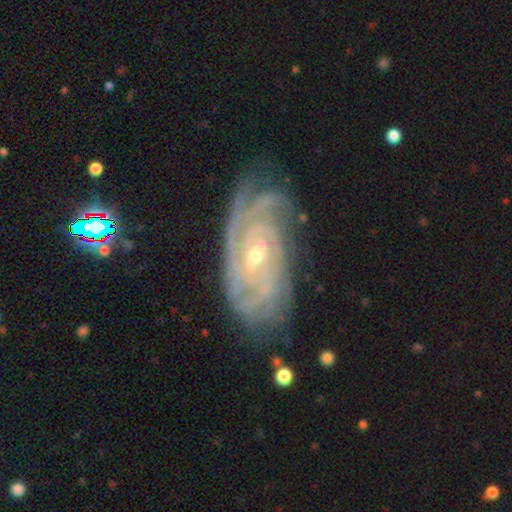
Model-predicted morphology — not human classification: Overall: featured or disk (90%). Edge-on disk: no (95%). Bar: weak (49%; no 29%). Spiral arms: yes (98%). Spiral arm count: can't tell (25%; 3 22%). Spiral winding: tight (77%). Bulge size: small (63%; moderate 33%). Merging: none (68%).